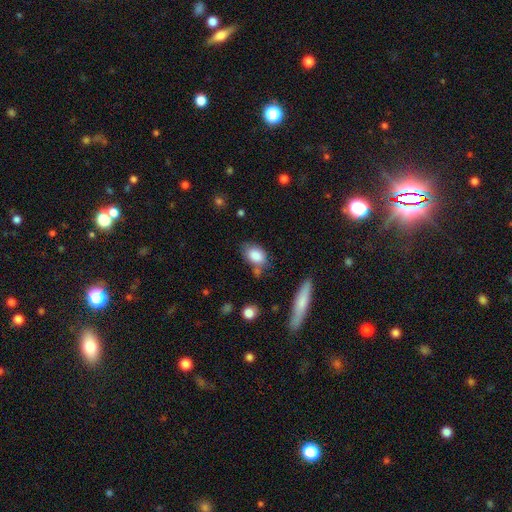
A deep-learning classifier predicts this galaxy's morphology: Q: Smooth or featured?
A: smooth (85%); runner-up: featured or disk (8%)
Q: How rounded?
A: in between (82%); runner-up: round (16%)
Q: Merging?
A: none (55%); runner-up: minor disturbance (25%)